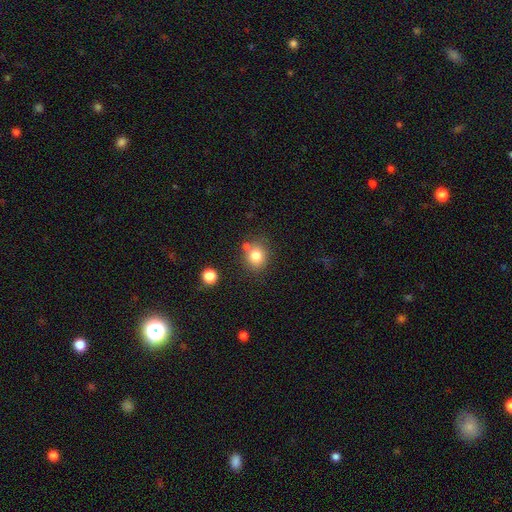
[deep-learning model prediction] smooth-or-featured: smooth: 81% | star or artifact: 11% | featured or disk: 8%
  how-rounded: round: 78% | in between: 21% | cigar-shaped: 1%
  merging: none: 72% | merger: 13% | minor disturbance: 12% | major disturbance: 4%